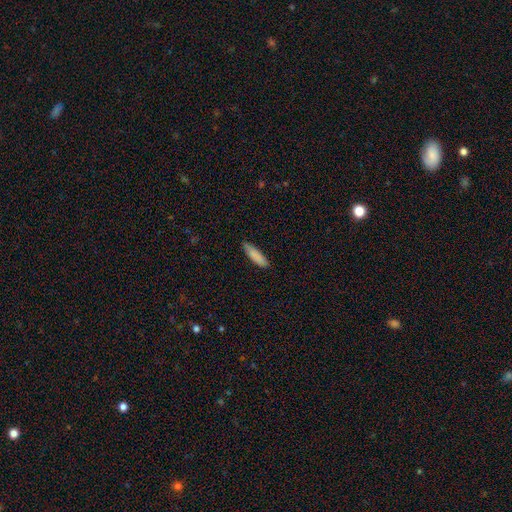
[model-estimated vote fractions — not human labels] smooth_or_featured: smooth (p=0.86) [alt: featured or disk p=0.08]
how_rounded: cigar-shaped (p=0.65) [alt: in between p=0.33]
merging: none (p=0.82) [alt: minor disturbance p=0.14]